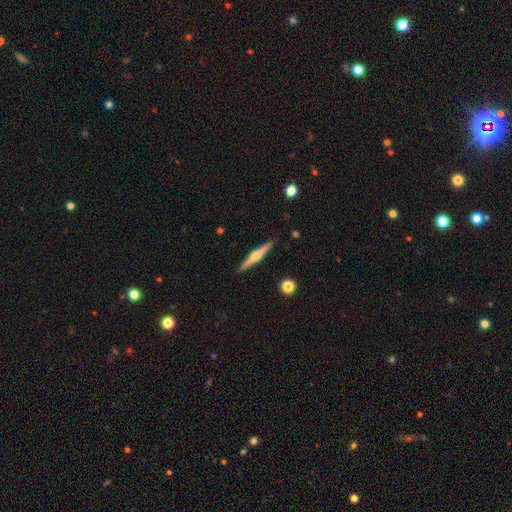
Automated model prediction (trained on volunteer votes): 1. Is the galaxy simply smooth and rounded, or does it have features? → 70% featured or disk, 25% smooth, 5% star or artifact.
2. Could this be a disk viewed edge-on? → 98% yes, 2% no.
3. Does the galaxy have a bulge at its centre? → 87% rounded, 7% boxy, 6% none.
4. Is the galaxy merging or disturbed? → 91% none, 6% minor disturbance, 1% major disturbance, 1% merger.